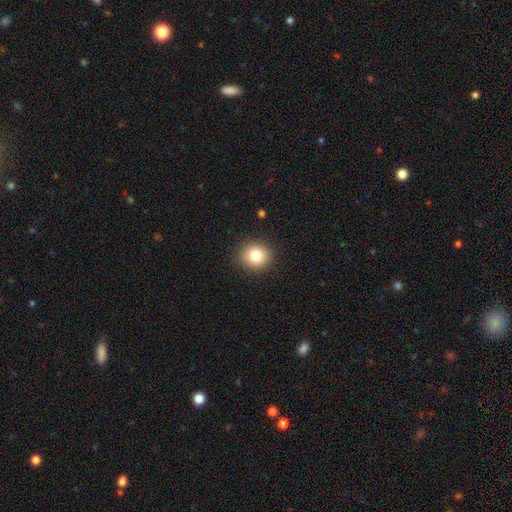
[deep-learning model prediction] smooth-or-featured: smooth: 81% | star or artifact: 11% | featured or disk: 8%
  how-rounded: round: 86% | in between: 13% | cigar-shaped: 1%
  merging: none: 89% | minor disturbance: 8% | major disturbance: 2% | merger: 1%